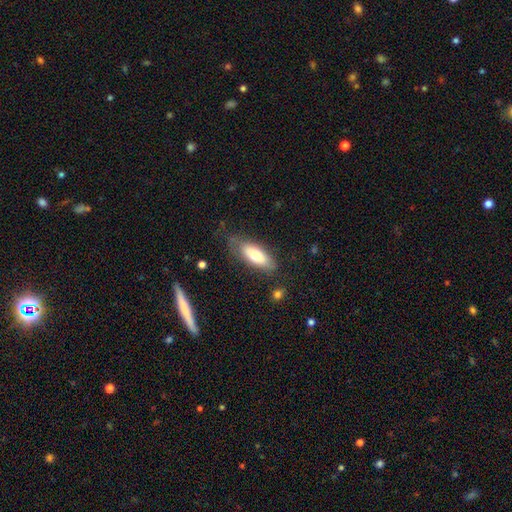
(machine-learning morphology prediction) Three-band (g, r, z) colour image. It shows a smooth galaxy with no disk features (70%) that is in between round and cigar-shaped (73%). Merging: none (73%).